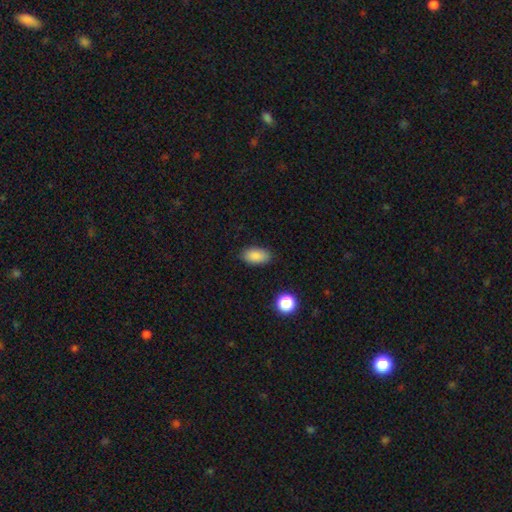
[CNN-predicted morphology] smooth-or-featured: smooth: 87% | star or artifact: 8% | featured or disk: 4%
  how-rounded: in between: 92% | round: 5% | cigar-shaped: 2%
  merging: none: 85% | minor disturbance: 11% | major disturbance: 3% | merger: 1%